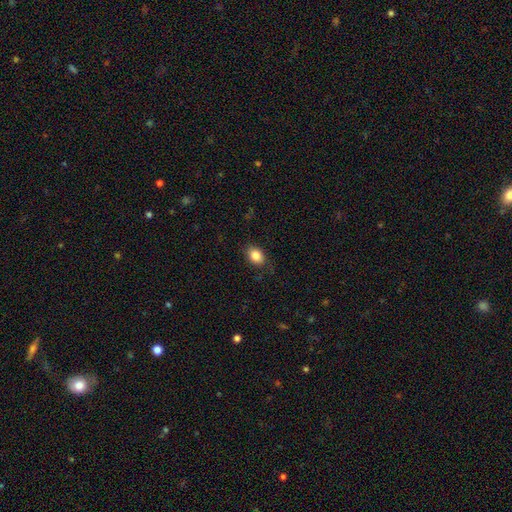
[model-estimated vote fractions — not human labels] smooth-or-featured: smooth: 84% | star or artifact: 9% | featured or disk: 7%
  how-rounded: in between: 70% | round: 28% | cigar-shaped: 1%
  merging: none: 79% | minor disturbance: 16% | major disturbance: 4% | merger: 1%